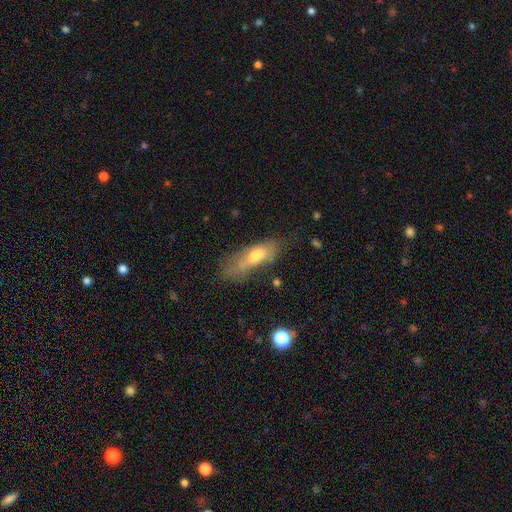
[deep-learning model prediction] Smooth or featured? smooth (61%)
How rounded? in between (57%)
Merging? none (40%)